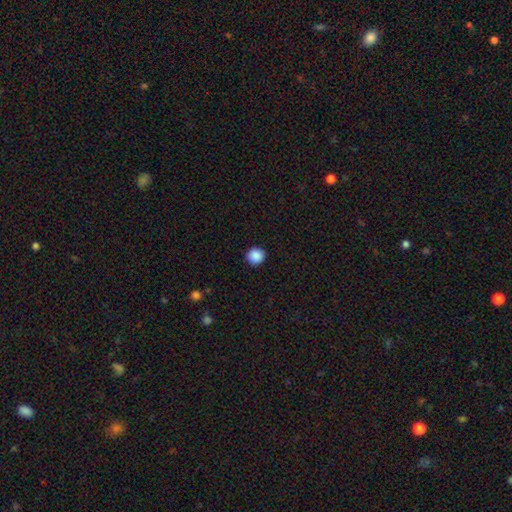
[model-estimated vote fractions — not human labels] This is clearly a smooth galaxy (89%). How rounded: clearly round (92%). Merging: clearly none (90%).